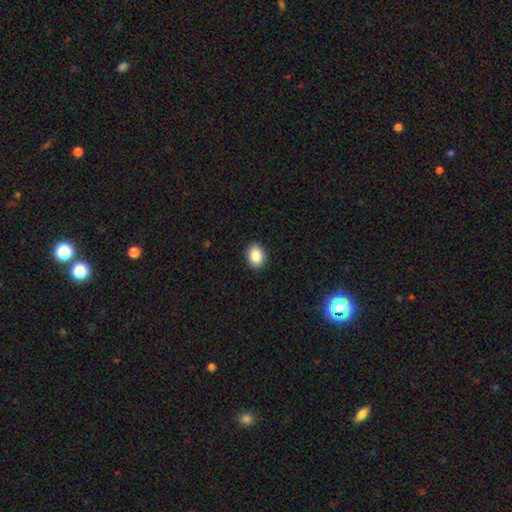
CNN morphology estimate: The model was most divided on "how rounded": in between: 62%, round: 37%, cigar-shaped: 1%. More confident: merging — none (90%); smooth or featured — smooth (87%).